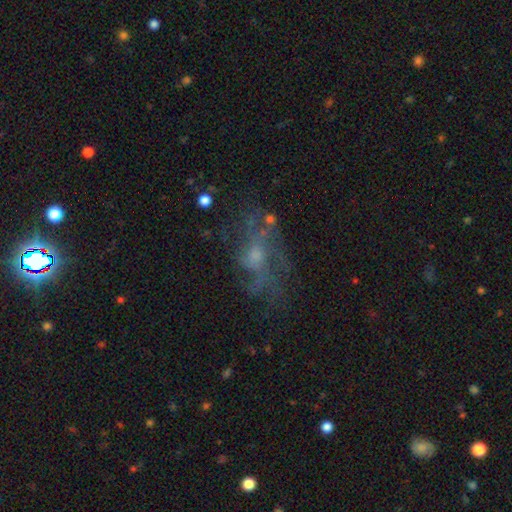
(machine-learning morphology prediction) type=featured or disk (62%); edge-on=no (93%); bar=no (76%); spiral arms=yes (55%); bulge=small (45%); merging=none (54%).